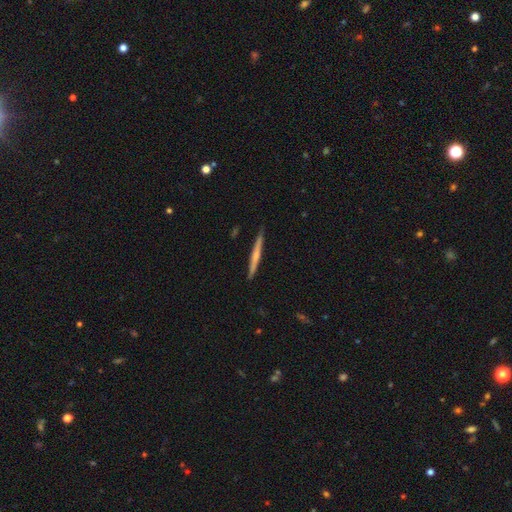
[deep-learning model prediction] Q: Smooth or featured?
A: featured or disk (52%); runner-up: smooth (42%)
Q: Edge-on disk?
A: yes (98%); runner-up: no (2%)
Q: Edge-on bulge?
A: none (47%); runner-up: rounded (45%)
Q: Merging?
A: none (90%); runner-up: minor disturbance (7%)